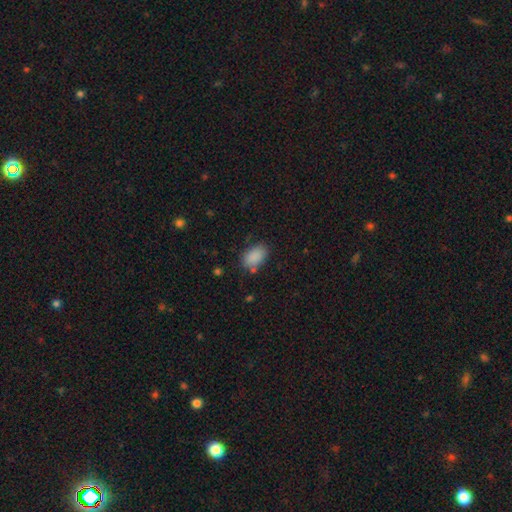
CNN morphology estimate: smooth_or_featured: smooth (p=0.88) [alt: star or artifact p=0.08]
how_rounded: in between (p=0.89) [alt: round p=0.09]
merging: none (p=0.76) [alt: minor disturbance p=0.16]